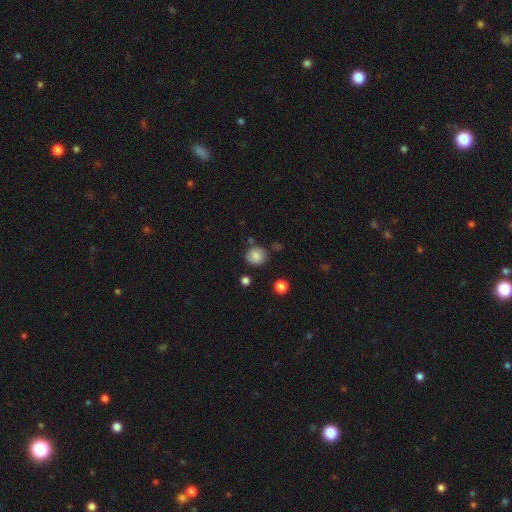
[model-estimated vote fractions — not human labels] Smooth or featured? Predicted: smooth (p=0.81). How rounded? Predicted: round (p=0.87). Merging? Predicted: none (p=0.78).